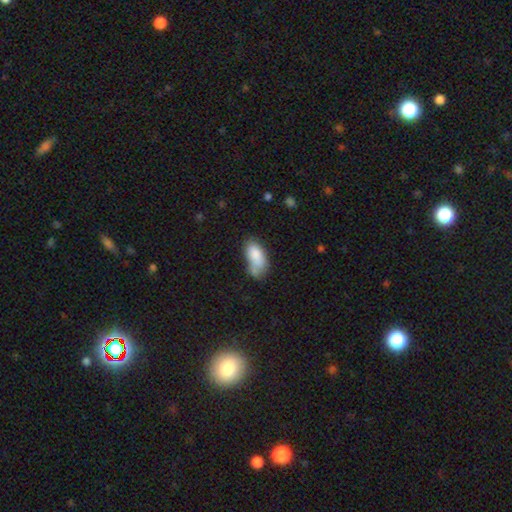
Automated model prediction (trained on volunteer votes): Smooth or featured? smooth (82%)
How rounded? in between (91%)
Merging? none (38%)